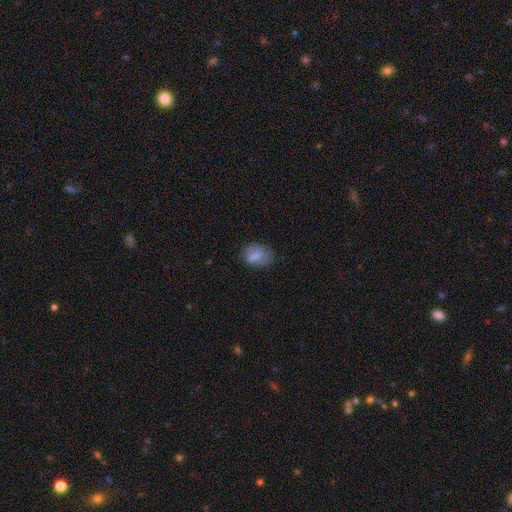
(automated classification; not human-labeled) The model was most divided on "merging": none: 66%, minor disturbance: 24%, major disturbance: 8%, merger: 2%. More confident: smooth or featured — smooth (73%); how rounded — in between (73%).